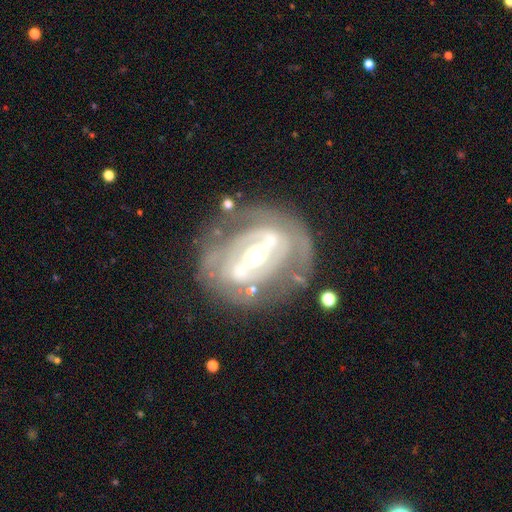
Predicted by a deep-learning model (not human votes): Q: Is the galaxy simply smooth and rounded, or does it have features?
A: featured or disk — 86%.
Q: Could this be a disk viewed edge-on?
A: no — 93%.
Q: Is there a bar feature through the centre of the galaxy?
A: strong — 67%.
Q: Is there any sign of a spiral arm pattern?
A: yes — 75%.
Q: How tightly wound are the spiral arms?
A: tight — 60%.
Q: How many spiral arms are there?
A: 2 — 53%.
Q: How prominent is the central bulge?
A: moderate — 60%.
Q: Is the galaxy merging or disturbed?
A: none — 69%.